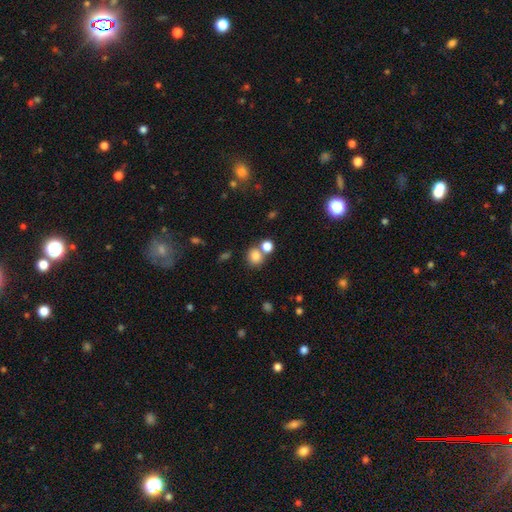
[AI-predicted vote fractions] Overall: smooth (81%). How rounded: round (79%). Merging: none (60%; merger 28%).